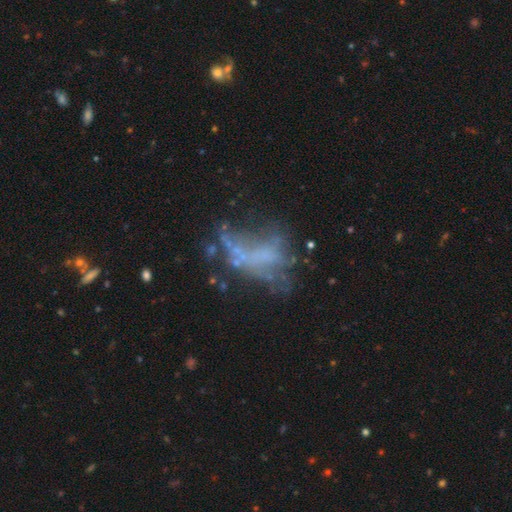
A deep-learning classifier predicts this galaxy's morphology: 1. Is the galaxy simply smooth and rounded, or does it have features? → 53% featured or disk, 24% smooth, 23% star or artifact.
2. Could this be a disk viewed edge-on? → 93% no, 7% yes.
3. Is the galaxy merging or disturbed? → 41% major disturbance, 32% none, 17% minor disturbance, 11% merger.